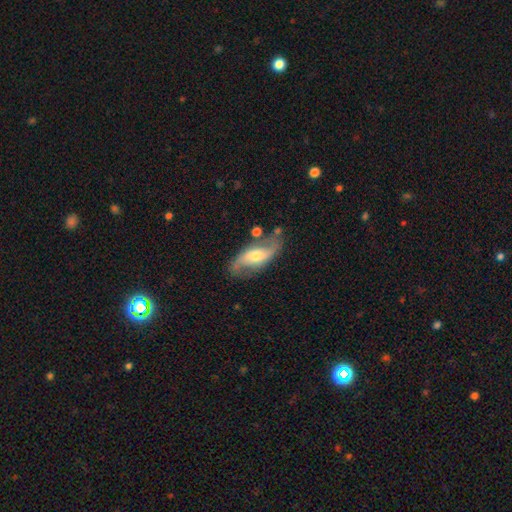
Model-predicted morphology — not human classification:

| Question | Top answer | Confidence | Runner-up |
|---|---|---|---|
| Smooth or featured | featured or disk | 72% | smooth (22%) |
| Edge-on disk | no | 90% | yes (10%) |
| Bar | no | 47% | weak (36%) |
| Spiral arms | yes | 89% | no (11%) |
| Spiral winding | loose | 62% | medium (29%) |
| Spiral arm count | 2 | 89% | can't tell (6%) |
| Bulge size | moderate | 57% | small (33%) |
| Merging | none | 70% | minor disturbance (17%) |